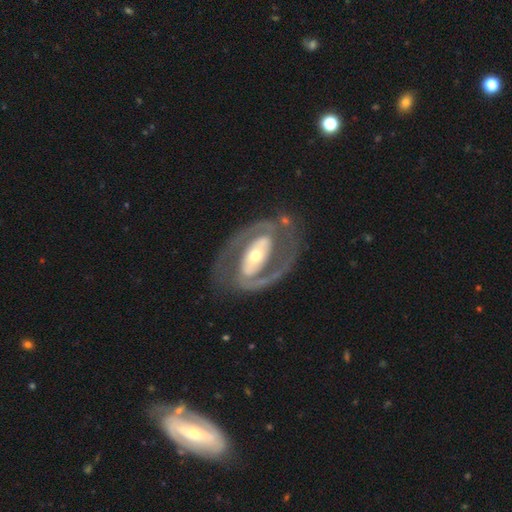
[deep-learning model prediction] Morphology: type=featured or disk (85%); edge-on=no (95%); bar=strong (42%); spiral arms=yes (78%); winding=medium (45%); arm count=2 (85%); bulge=moderate (57%); merging=none (75%).